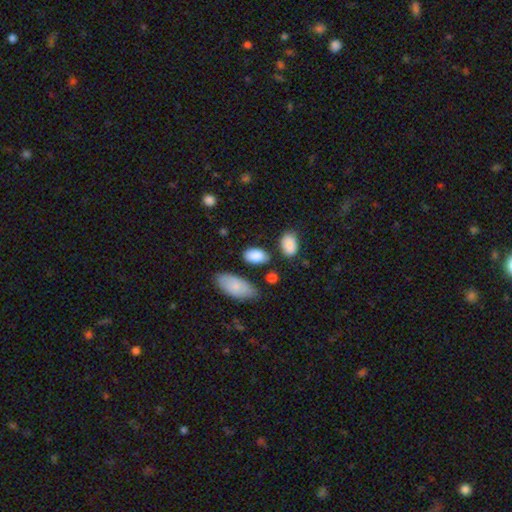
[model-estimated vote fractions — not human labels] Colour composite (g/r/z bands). It shows a smooth galaxy with no disk features (85%) that is in between round and cigar-shaped (91%). Merging: none (75%).